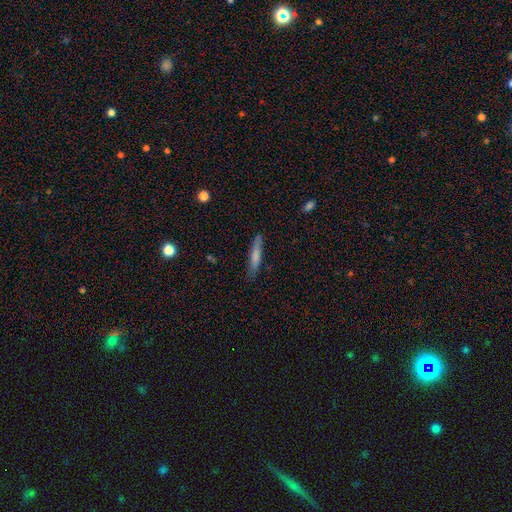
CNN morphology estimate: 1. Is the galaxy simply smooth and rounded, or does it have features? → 72% smooth, 22% featured or disk, 6% star or artifact.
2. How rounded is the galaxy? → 91% cigar-shaped, 8% in between, 1% round.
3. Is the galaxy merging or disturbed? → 84% none, 13% minor disturbance, 2% major disturbance, 1% merger.